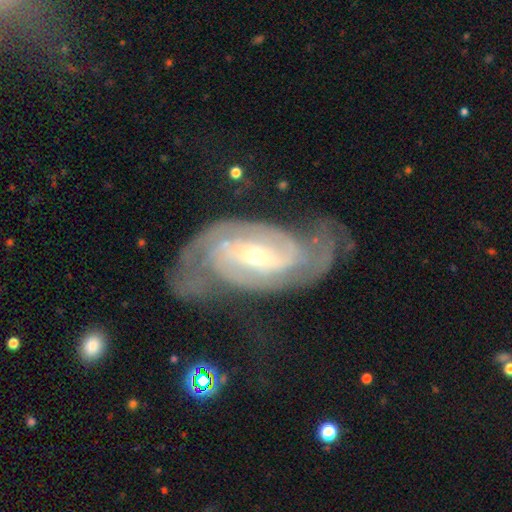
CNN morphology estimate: smooth-or-featured: featured or disk: 89% | smooth: 6% | star or artifact: 5%
  disk-edge-on: no: 96% | yes: 4%
    bar: weak: 40% | strong: 34% | no: 26%
    has-spiral-arms: yes: 97% | no: 3%
      spiral-winding: tight: 56% | medium: 35% | loose: 9%
      spiral-arm-count: 2: 56% | can't tell: 17% | 3: 14% | 4: 6% | 1: 4% | more than 4: 4%
    bulge-size: small: 67% | moderate: 29% | large: 2% | none: 1% | dominant: 1%
  merging: none: 57% | minor disturbance: 22% | major disturbance: 18% | merger: 3%